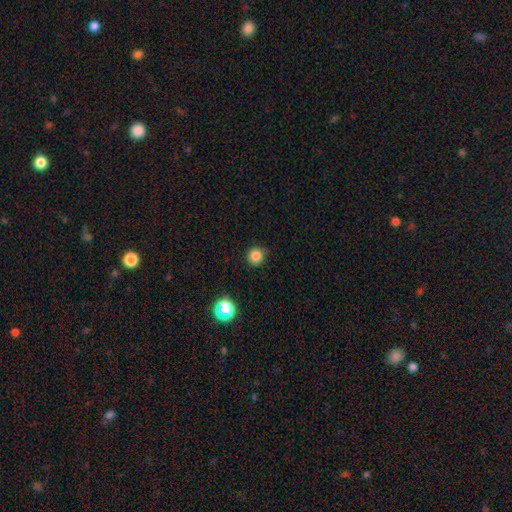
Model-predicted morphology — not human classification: The model was most divided on "smooth or featured": smooth: 83%, star or artifact: 13%, featured or disk: 4%. More confident: how rounded — round (92%); merging — none (86%).